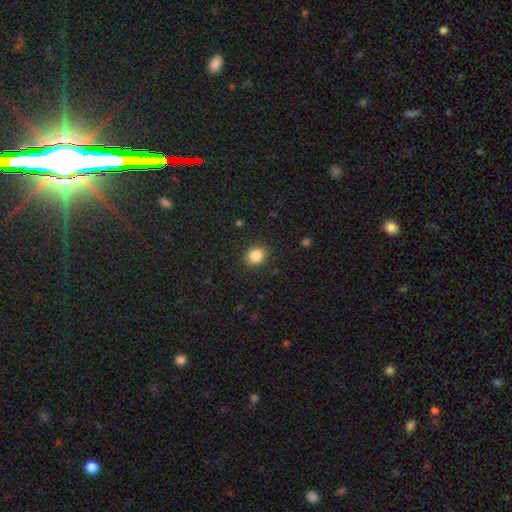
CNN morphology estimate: Q: Smooth or featured?
A: smooth (86%); runner-up: star or artifact (10%)
Q: How rounded?
A: round (63%); runner-up: in between (36%)
Q: Merging?
A: none (89%); runner-up: minor disturbance (7%)